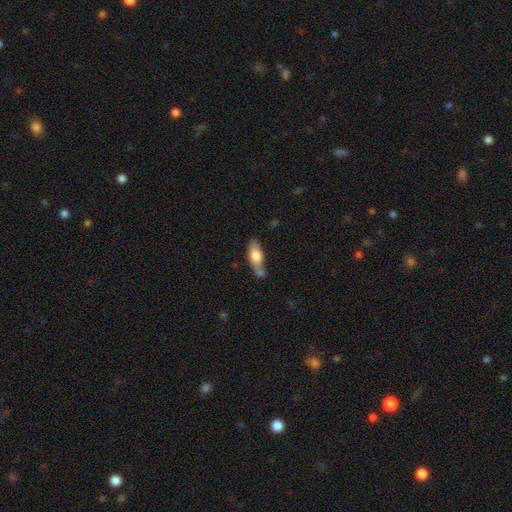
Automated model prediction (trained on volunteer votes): smooth_or_featured: smooth (p=0.72) [alt: featured or disk p=0.21]
how_rounded: in between (p=0.74) [alt: cigar-shaped p=0.22]
merging: none (p=0.40) [alt: merger p=0.26]